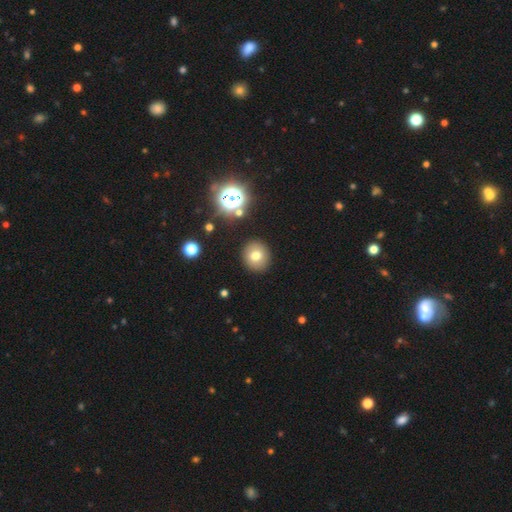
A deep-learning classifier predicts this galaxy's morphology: Smooth or featured?
  - smooth: 74% *
  - star or artifact: 15%
  - featured or disk: 12%
How rounded?
  - round: 86% *
  - in between: 13%
  - cigar-shaped: 1%
Merging?
  - none: 89% *
  - minor disturbance: 7%
  - major disturbance: 2%
  - merger: 2%